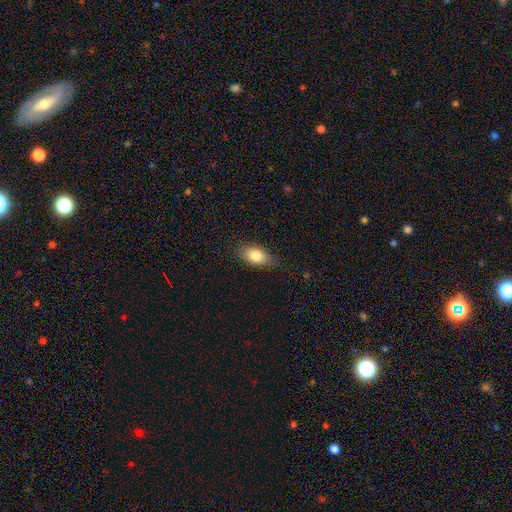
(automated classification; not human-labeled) Smooth or featured? Predicted: smooth (p=0.81). How rounded? Predicted: in between (p=0.86). Merging? Predicted: none (p=0.74).